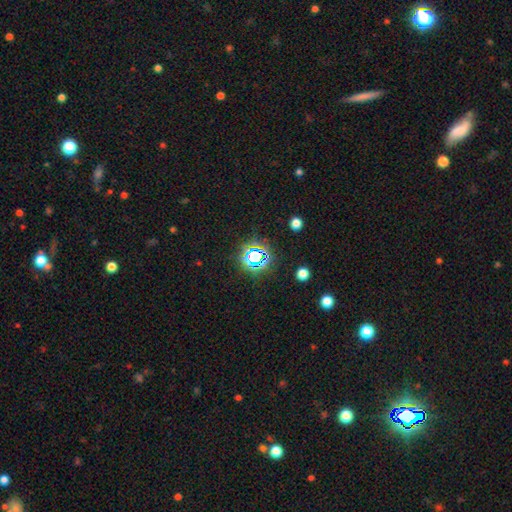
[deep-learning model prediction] Overall: star or artifact (68%).